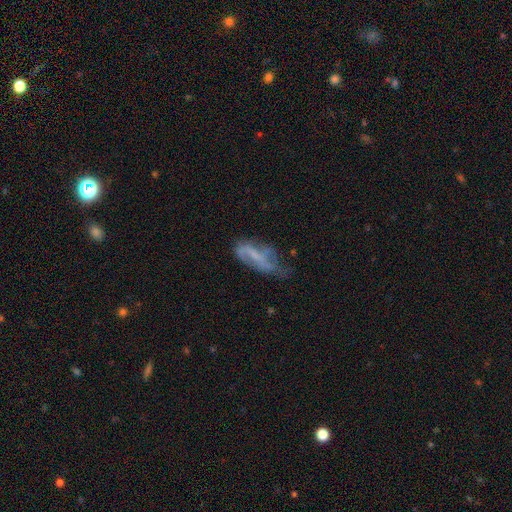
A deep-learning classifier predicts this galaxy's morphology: This appears to be a featured or disk galaxy (56%). Merging: none (33%, tied with minor disturbance).